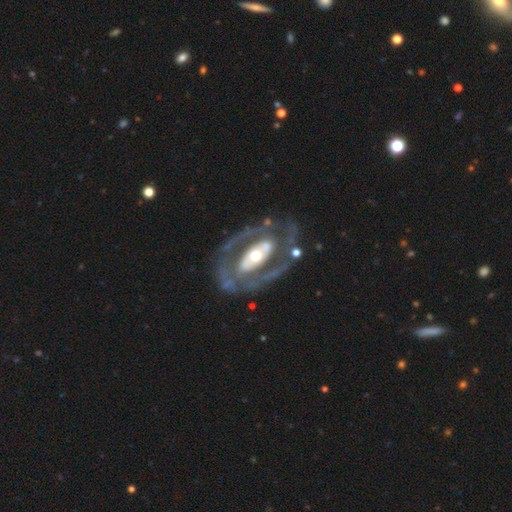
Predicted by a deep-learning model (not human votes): smooth_or_featured: featured or disk (p=0.83) [alt: smooth p=0.12]
disk_edge_on: no (p=0.94) [alt: yes p=0.06]
bar: no (p=0.44) [alt: strong p=0.33]
has_spiral_arms: yes (p=0.74) [alt: no p=0.26]
spiral_winding: medium (p=0.42) [alt: tight p=0.38]
spiral_arm_count: 2 (p=0.81) [alt: can't tell p=0.09]
bulge_size: moderate (p=0.65) [alt: large p=0.17]
merging: none (p=0.68) [alt: minor disturbance p=0.15]